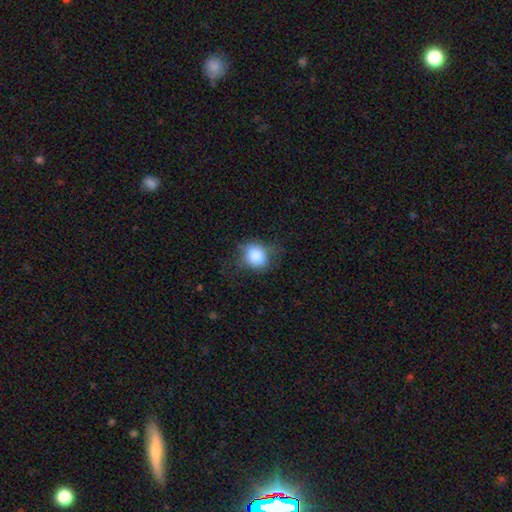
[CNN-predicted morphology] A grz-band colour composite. It shows a smooth galaxy with no disk features (82%) that is round (61%). Merging: none (60%).